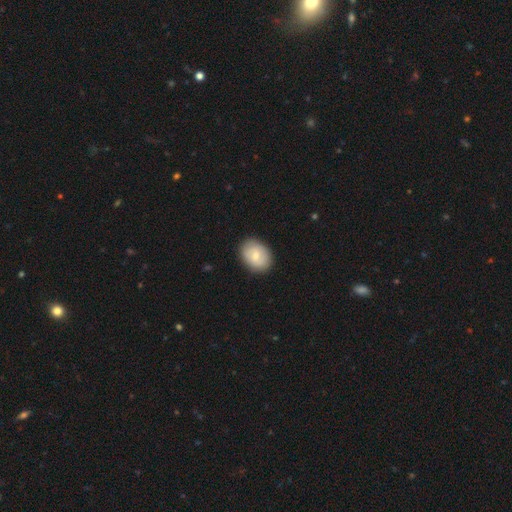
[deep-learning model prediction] A smooth galaxy with no disk features (73%) that is in between round and cigar-shaped (68%). Merging: none (86%).